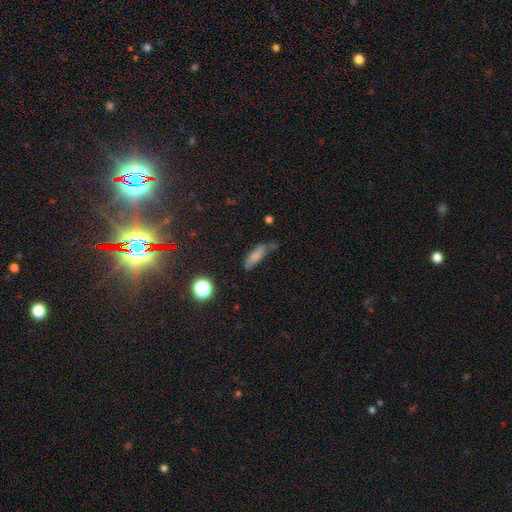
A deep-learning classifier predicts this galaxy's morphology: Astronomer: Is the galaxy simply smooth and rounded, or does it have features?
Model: smooth — 73%.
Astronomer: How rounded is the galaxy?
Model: cigar-shaped — 53% (runner-up: in between, 44%).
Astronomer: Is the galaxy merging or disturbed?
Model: none — 54% (runner-up: minor disturbance, 29%).